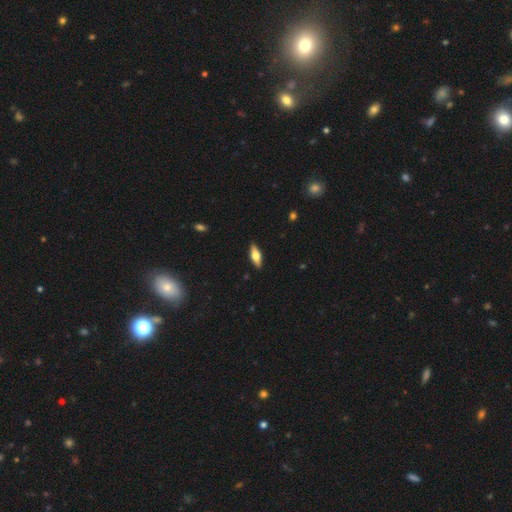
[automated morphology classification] smooth_or_featured: smooth (p=0.53) [alt: featured or disk p=0.41]
how_rounded: in between (p=0.65) [alt: cigar-shaped p=0.32]
merging: none (p=0.90) [alt: minor disturbance p=0.08]